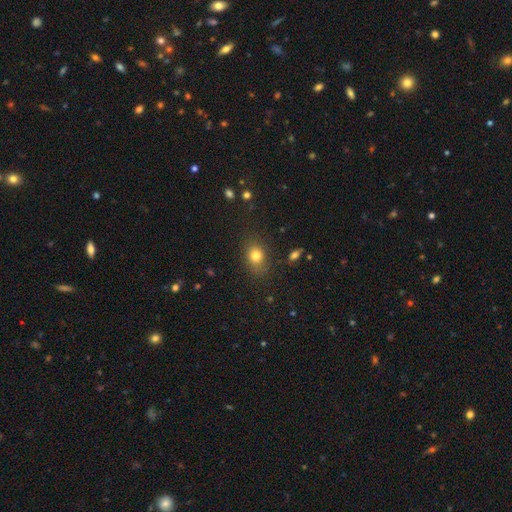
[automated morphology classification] Smooth or featured? smooth (80%)
How rounded? in between (56%)
Merging? none (78%)